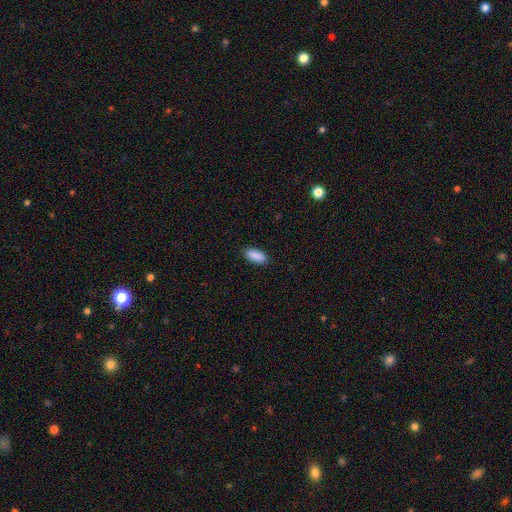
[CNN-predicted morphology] smooth_or_featured: smooth (p=0.91) [alt: star or artifact p=0.06]
how_rounded: in between (p=0.87) [alt: cigar-shaped p=0.11]
merging: none (p=0.89) [alt: minor disturbance p=0.08]